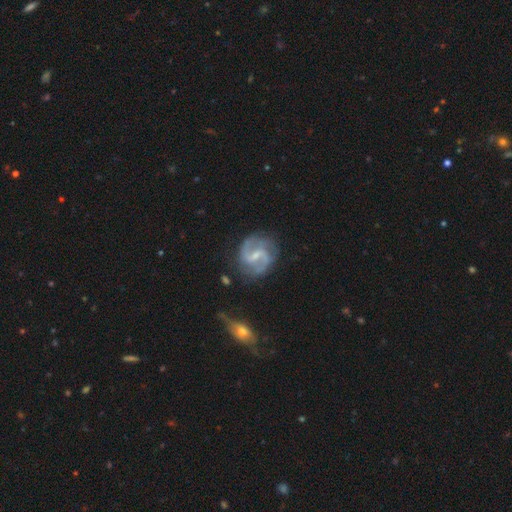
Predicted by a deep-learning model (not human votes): featured or disk 88%, smooth 7%, star or artifact 5%. Down the decision tree: edge-on disk — no (98%); bar — weak (57%); spiral arms — yes (97%); spiral arm count — 2 (90%); spiral winding — medium (54%); bulge size — small (57%); merging — none (74%).